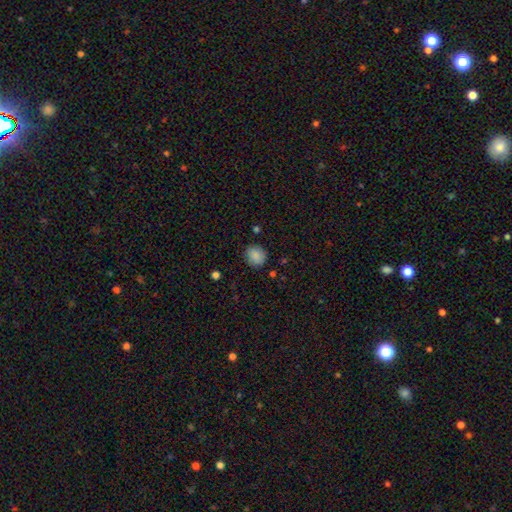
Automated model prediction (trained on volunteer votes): smooth-or-featured: smooth: 87% | star or artifact: 8% | featured or disk: 5%
  how-rounded: round: 74% | in between: 25% | cigar-shaped: 1%
  merging: none: 85% | minor disturbance: 11% | major disturbance: 3% | merger: 2%